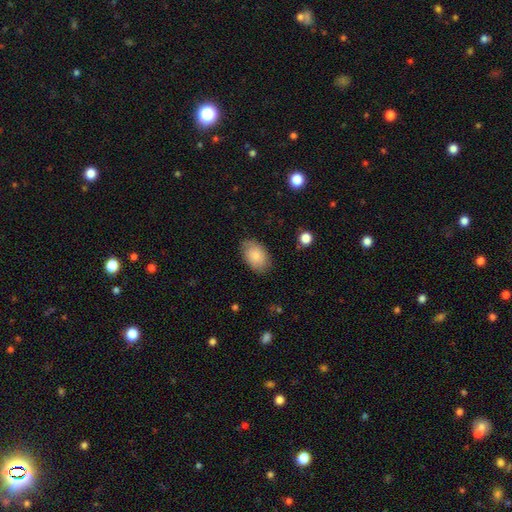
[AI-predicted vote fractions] Smooth or featured: smooth — 81% (featured or disk — 12%)
How rounded: in between — 90% (round — 9%)
Merging: none — 79% (minor disturbance — 16%)